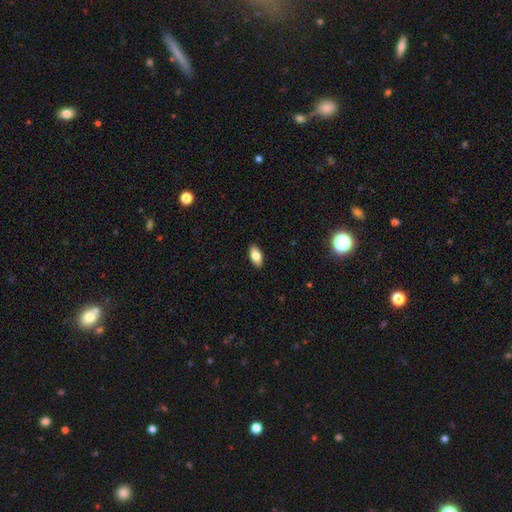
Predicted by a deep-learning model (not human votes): This appears to be a smooth galaxy with no disk features (81%) that is in between round and cigar-shaped (92%). Merging: none (90%).